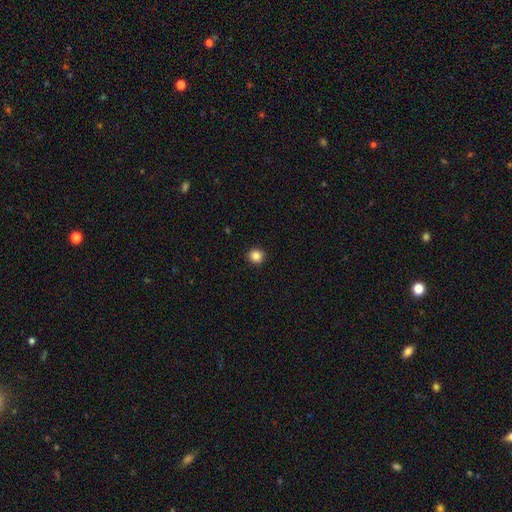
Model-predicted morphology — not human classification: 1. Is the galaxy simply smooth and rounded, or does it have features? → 85% smooth, 11% star or artifact, 4% featured or disk.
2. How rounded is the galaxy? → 90% round, 9% in between, 1% cigar-shaped.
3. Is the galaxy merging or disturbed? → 92% none, 5% minor disturbance, 2% major disturbance, 1% merger.